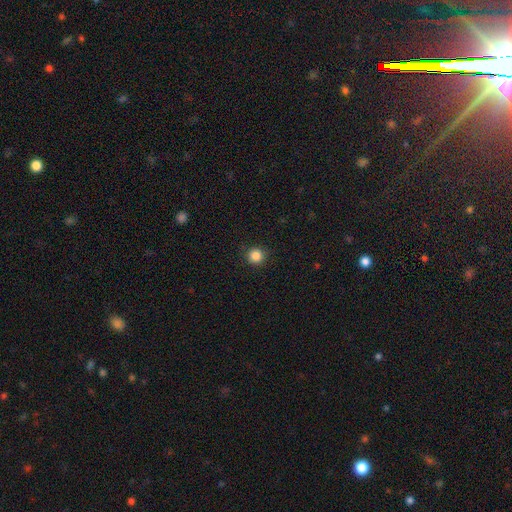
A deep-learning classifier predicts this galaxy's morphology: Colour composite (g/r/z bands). It shows a smooth galaxy with no disk features (85%) that is round (94%). Merging: none (91%).